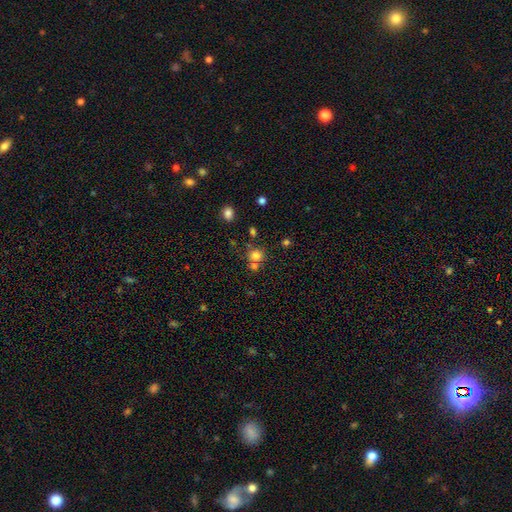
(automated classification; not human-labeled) Smooth or featured?
  - smooth: 77% *
  - star or artifact: 15%
  - featured or disk: 9%
How rounded?
  - round: 89% *
  - in between: 10%
  - cigar-shaped: 1%
Merging?
  - none: 62% *
  - merger: 27%
  - minor disturbance: 8%
  - major disturbance: 3%